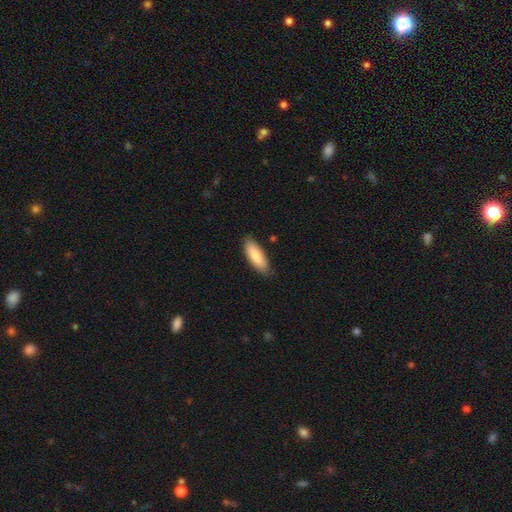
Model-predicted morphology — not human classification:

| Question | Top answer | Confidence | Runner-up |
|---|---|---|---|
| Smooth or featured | smooth | 81% | featured or disk (13%) |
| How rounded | in between | 64% | cigar-shaped (34%) |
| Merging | none | 82% | minor disturbance (15%) |